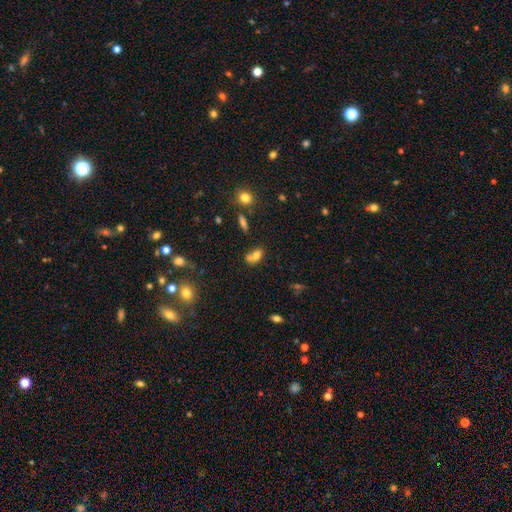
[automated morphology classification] type=smooth (73%); roundness=in between (79%); merging=none (38%).